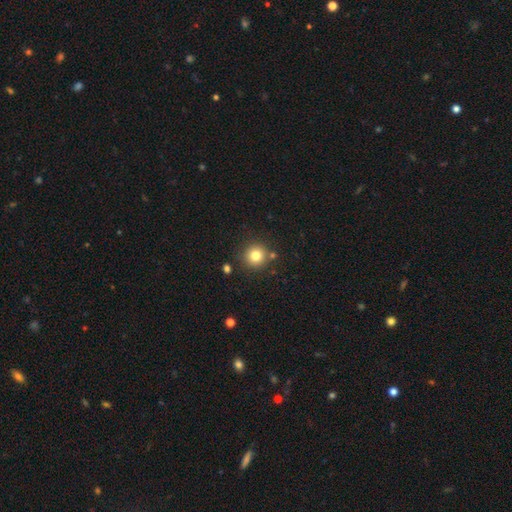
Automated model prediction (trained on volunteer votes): smooth 80%, star or artifact 12%, featured or disk 8%. Down the decision tree: how rounded — round (94%); merging — none (83%).